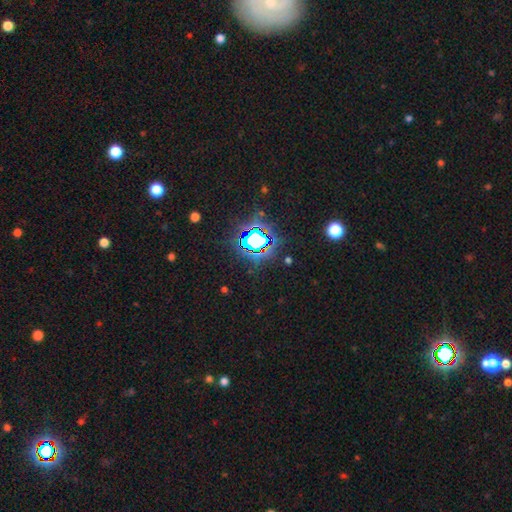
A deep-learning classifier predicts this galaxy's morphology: The model was most divided on "smooth or featured": star or artifact: 84%, smooth: 9%, featured or disk: 7%.